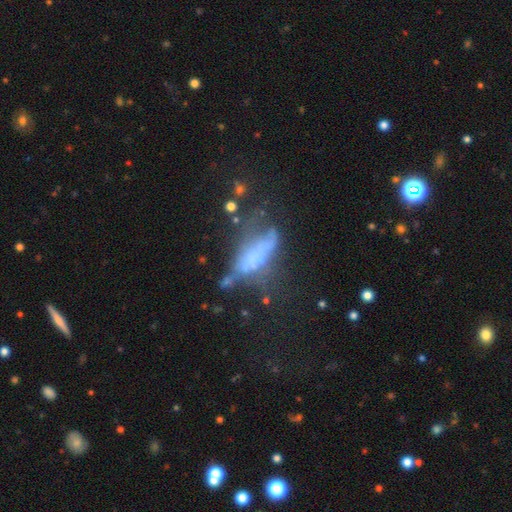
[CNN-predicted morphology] Overall: featured or disk (48%; smooth 34%). Merging: major disturbance (38%; none 25%).